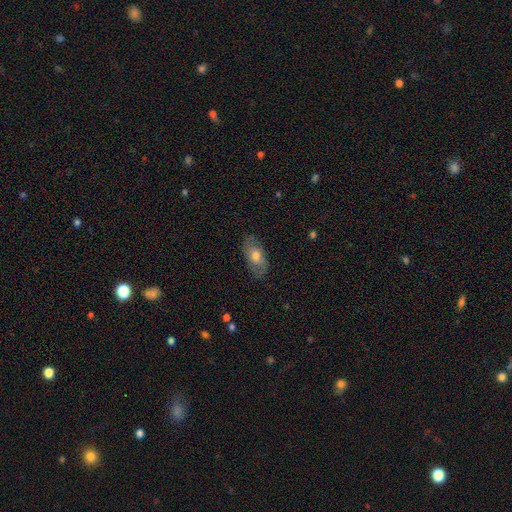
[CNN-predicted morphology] The model was most divided on "smooth or featured": smooth: 58%, featured or disk: 35%, star or artifact: 7%. More confident: how rounded — in between (89%); merging — none (76%).